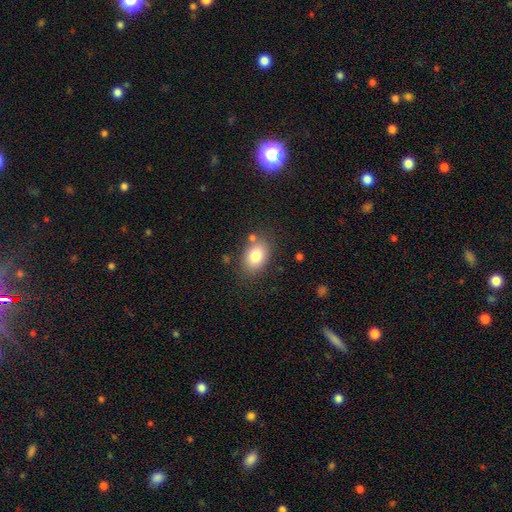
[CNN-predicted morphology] A smooth galaxy with no disk features (80%) that is in between round and cigar-shaped (80%).

Vote fractions:
- Smooth or featured? smooth: 80% / featured or disk: 11% / star or artifact: 9%
- How rounded? in between: 80% / round: 19% / cigar-shaped: 1%
- Merging? none: 77% / minor disturbance: 13% / merger: 5% / major disturbance: 4%